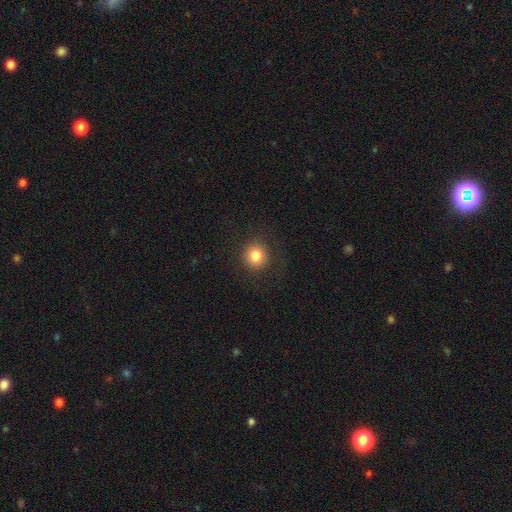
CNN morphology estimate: The model was most divided on "smooth or featured": smooth: 82%, star or artifact: 11%, featured or disk: 6%. More confident: how rounded — round (91%); merging — none (89%).